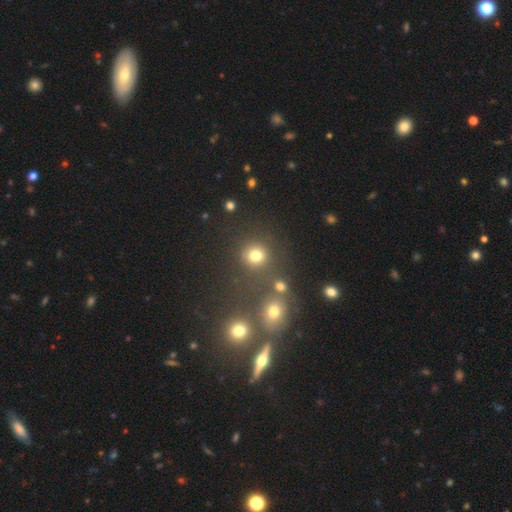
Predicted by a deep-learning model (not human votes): Morphology: type=smooth (74%); roundness=round (88%); merging=none (75%).